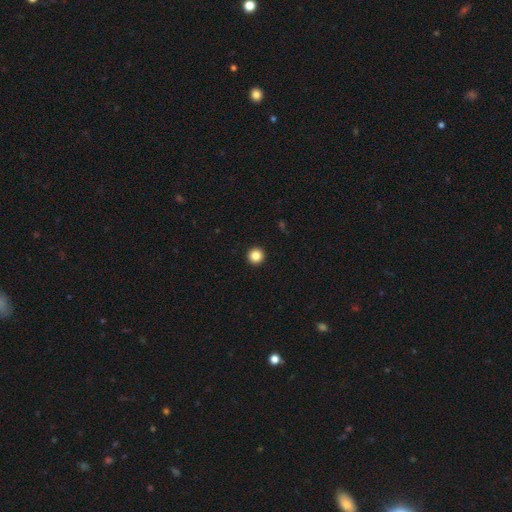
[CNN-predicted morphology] The model was most divided on "smooth or featured": smooth: 86%, star or artifact: 10%, featured or disk: 4%. More confident: how rounded — round (96%); merging — none (94%).